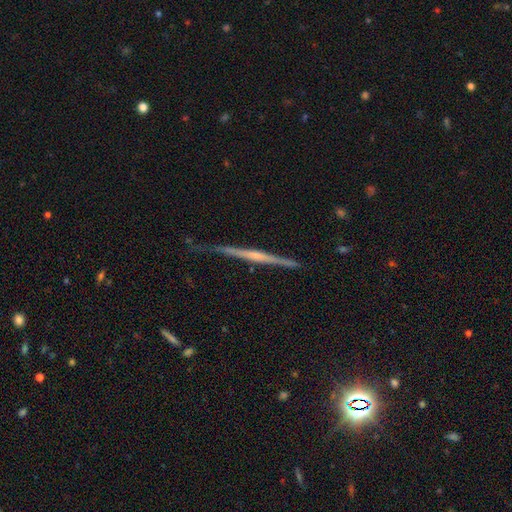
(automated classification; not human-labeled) The model was most divided on "edge-on bulge": rounded: 51%, none: 37%, boxy: 12%. More confident: edge-on disk — yes (98%); merging — none (78%); smooth or featured — featured or disk (77%).